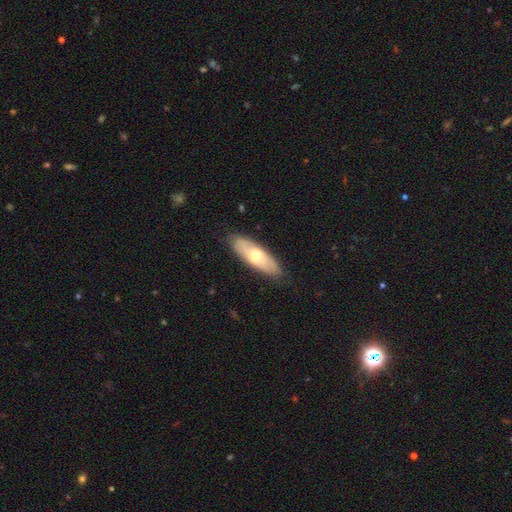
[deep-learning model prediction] smooth_or_featured: smooth (p=0.54) [alt: featured or disk p=0.41]
how_rounded: in between (p=0.60) [alt: cigar-shaped p=0.38]
merging: none (p=0.84) [alt: minor disturbance p=0.13]